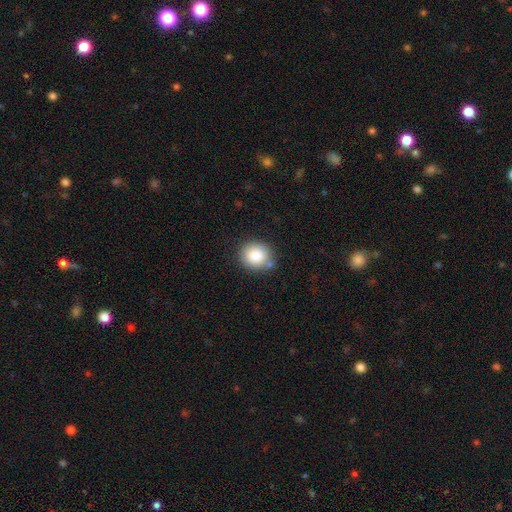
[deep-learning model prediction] smooth-or-featured: smooth: 86% | star or artifact: 8% | featured or disk: 6%
  how-rounded: round: 84% | in between: 15% | cigar-shaped: 1%
  merging: none: 76% | minor disturbance: 14% | merger: 7% | major disturbance: 4%